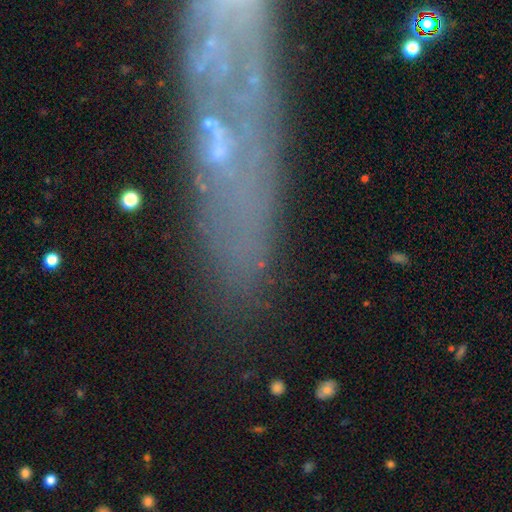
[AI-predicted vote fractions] Smooth or featured?
  - featured or disk: 53% *
  - smooth: 28%
  - star or artifact: 19%
Edge-on disk?
  - no: 62% *
  - yes: 38%
Merging?
  - none: 69% *
  - minor disturbance: 16%
  - major disturbance: 9%
  - merger: 6%